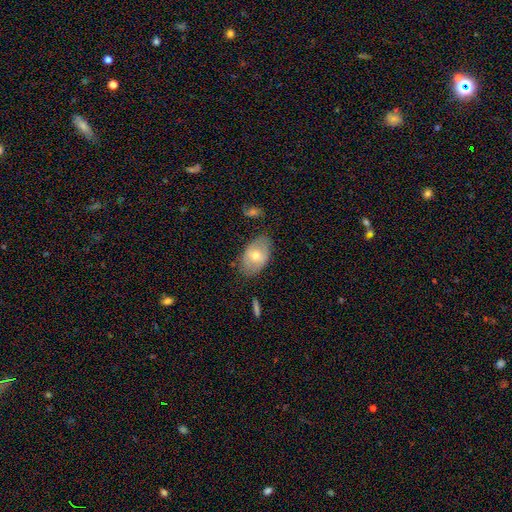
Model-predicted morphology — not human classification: type=smooth (58%); roundness=in between (89%); merging=none (75%).